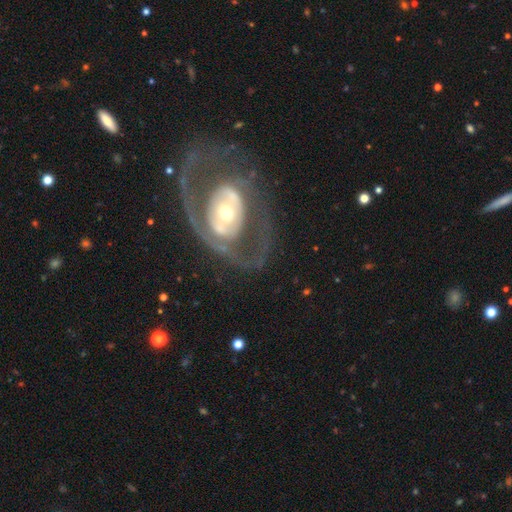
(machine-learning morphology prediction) The model was most divided on "bulge size": moderate: 51%, small: 34%, large: 11%, dominant: 2%, none: 1%. More confident: edge-on disk — no (95%); smooth or featured — featured or disk (81%); spiral arms — yes (62%); merging — none (62%); bar — no (61%).